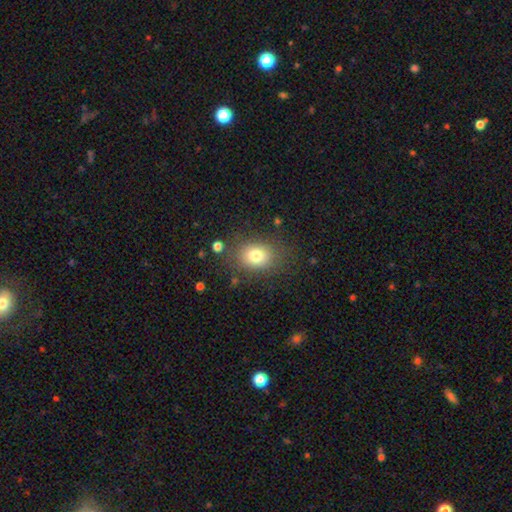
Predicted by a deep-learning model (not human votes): Morphology: type=smooth (79%); roundness=in between (58%); merging=none (79%).